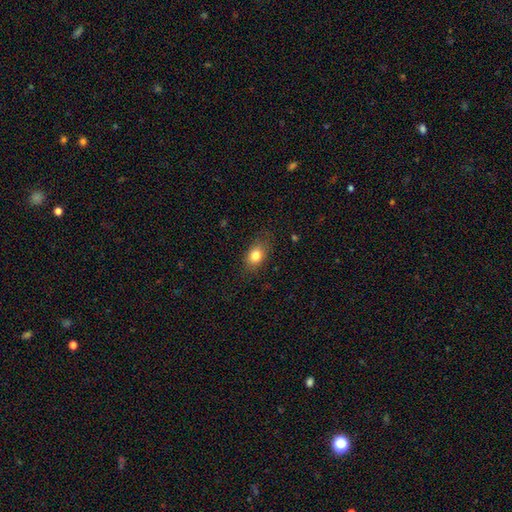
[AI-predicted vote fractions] This appears to be a smooth galaxy with no disk features (81%) that is in between round and cigar-shaped (72%). Merging: none (77%).